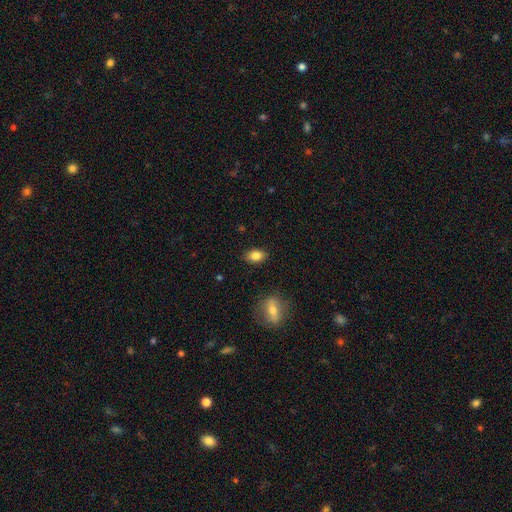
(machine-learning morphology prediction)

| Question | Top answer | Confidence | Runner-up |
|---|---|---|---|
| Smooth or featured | smooth | 83% | featured or disk (9%) |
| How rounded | in between | 85% | round (12%) |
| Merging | none | 87% | minor disturbance (9%) |